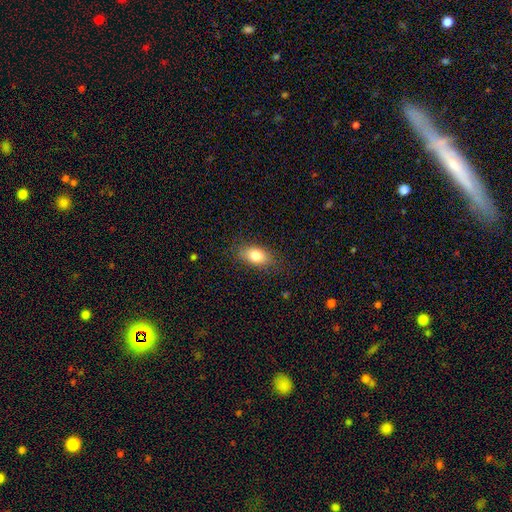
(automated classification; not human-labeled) Smooth or featured? smooth (81%)
How rounded? in between (86%)
Merging? none (83%)